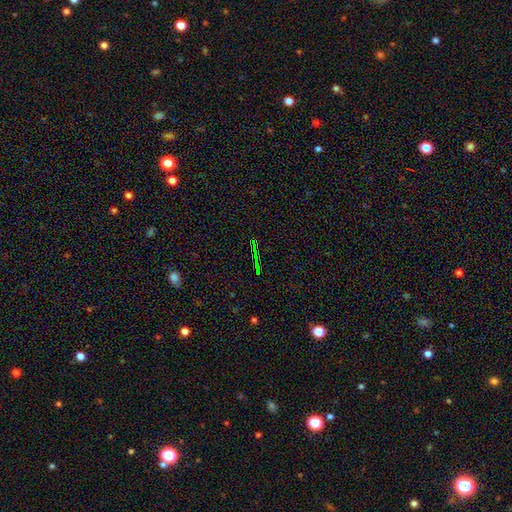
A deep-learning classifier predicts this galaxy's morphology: Smooth or featured? Predicted: star or artifact (p=0.75).